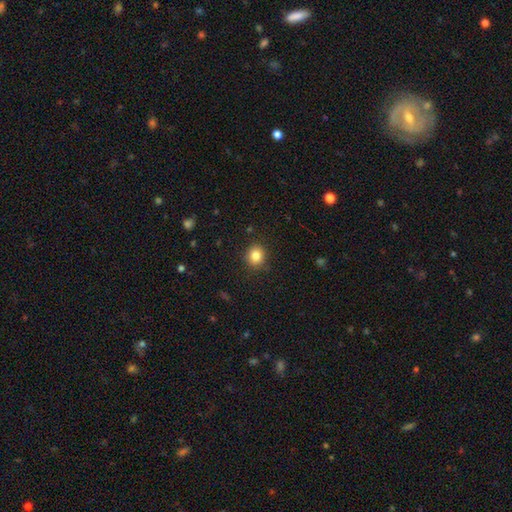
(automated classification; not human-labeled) The model was most divided on "how rounded": round: 82%, in between: 17%, cigar-shaped: 1%. More confident: merging — none (89%); smooth or featured — smooth (84%).